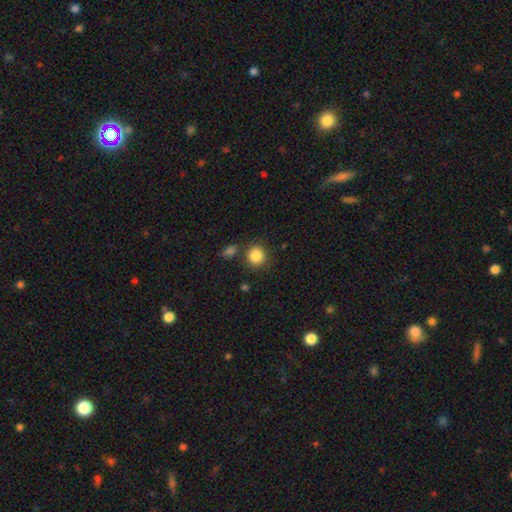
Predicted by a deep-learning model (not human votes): Q: Smooth or featured?
A: smooth (87%); runner-up: star or artifact (9%)
Q: How rounded?
A: round (88%); runner-up: in between (11%)
Q: Merging?
A: none (79%); runner-up: minor disturbance (10%)